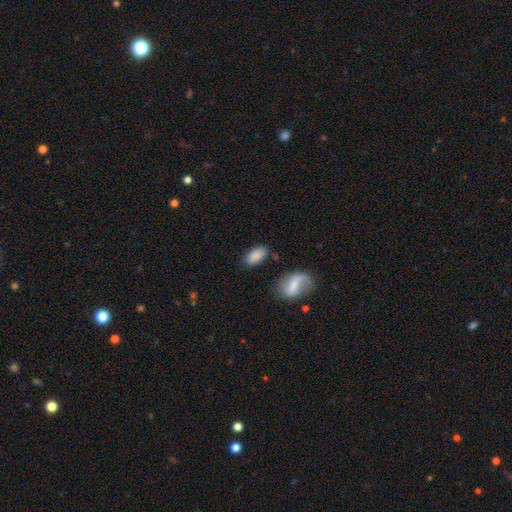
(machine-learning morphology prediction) A smooth galaxy with no disk features (85%) that is in between round and cigar-shaped (93%). Merging: none (76%).